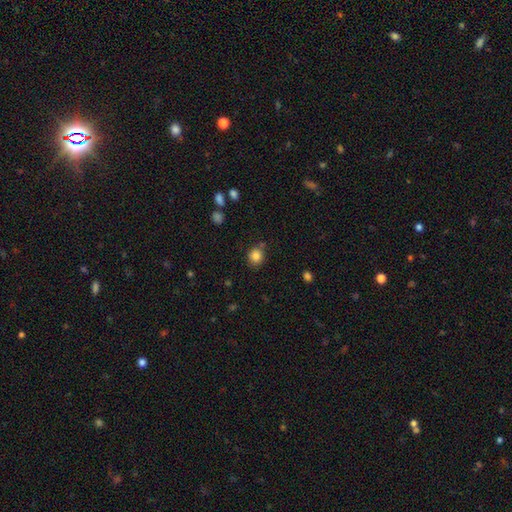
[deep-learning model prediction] Morphology: type=smooth (83%); roundness=round (80%); merging=none (77%).